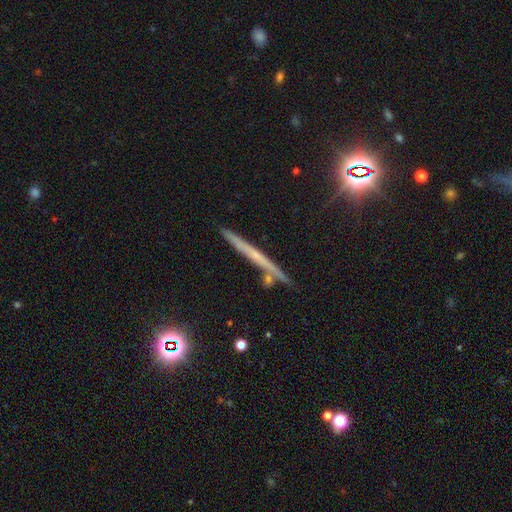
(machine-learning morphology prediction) smooth-or-featured: featured or disk: 55% | smooth: 29% | star or artifact: 16%
  disk-edge-on: yes: 96% | no: 4%
    edge-on-bulge: none: 72% | rounded: 22% | boxy: 6%
  merging: none: 83% | minor disturbance: 10% | merger: 5% | major disturbance: 2%